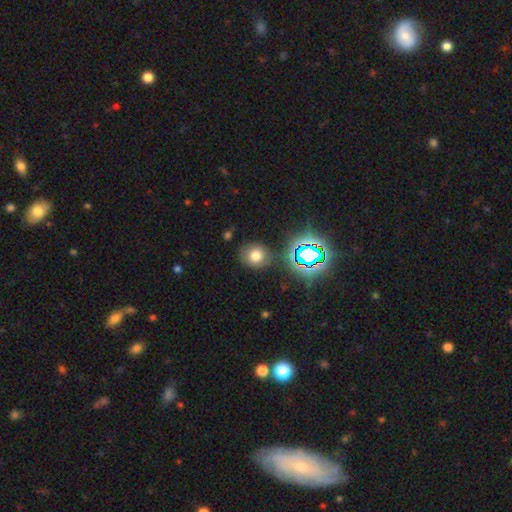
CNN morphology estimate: Smooth or featured: smooth — 69% (star or artifact — 21%)
How rounded: round — 84% (in between — 15%)
Merging: none — 81% (minor disturbance — 11%)